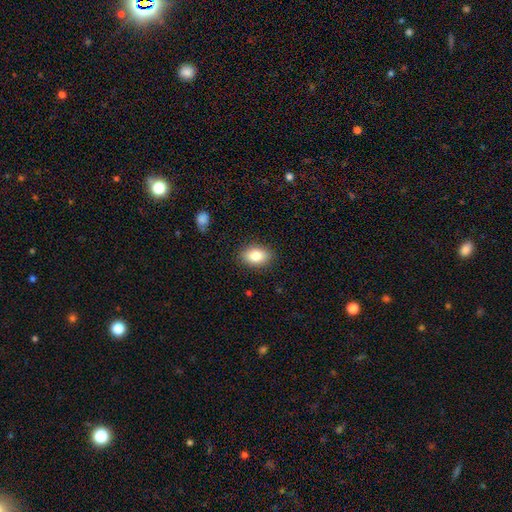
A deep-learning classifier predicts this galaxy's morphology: The model was most divided on "how rounded": in between: 86%, round: 13%, cigar-shaped: 1%. More confident: merging — none (88%); smooth or featured — smooth (84%).